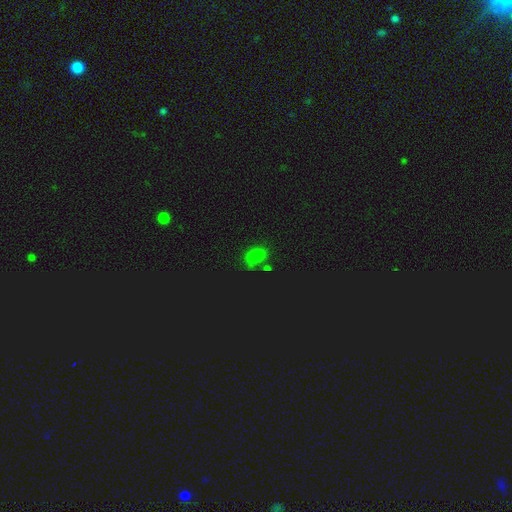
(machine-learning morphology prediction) This is likely a smooth galaxy (71%). How rounded: clearly in between (86%). Merging: likely none (62%).